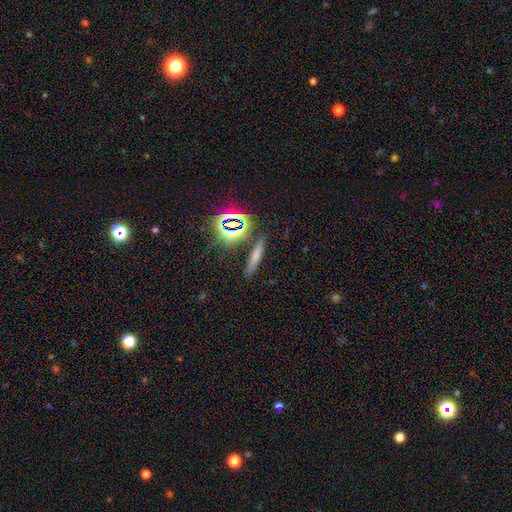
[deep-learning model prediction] The model was most divided on "smooth or featured": smooth: 57%, star or artifact: 26%, featured or disk: 17%. More confident: how rounded — cigar-shaped (84%); merging — none (81%).